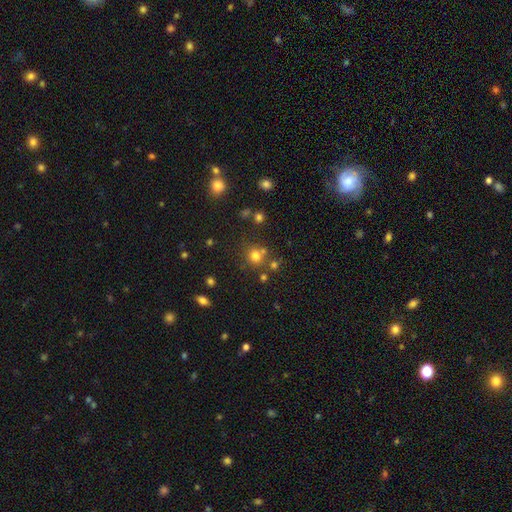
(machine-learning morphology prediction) Smooth or featured: smooth — 72% (star or artifact — 19%)
How rounded: round — 88% (in between — 11%)
Merging: none — 67% (merger — 19%)